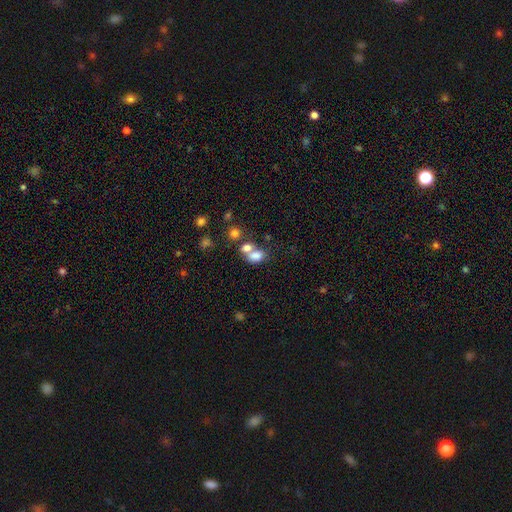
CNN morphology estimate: This appears to be a smooth galaxy with no disk features (74%) that is in between round and cigar-shaped (72%). Merging: merger (53%).